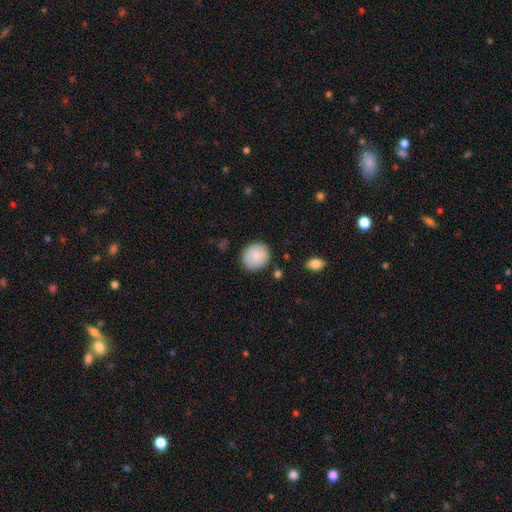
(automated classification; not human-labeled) This is clearly a smooth galaxy (87%). How rounded: likely round (78%). Merging: clearly none (84%).